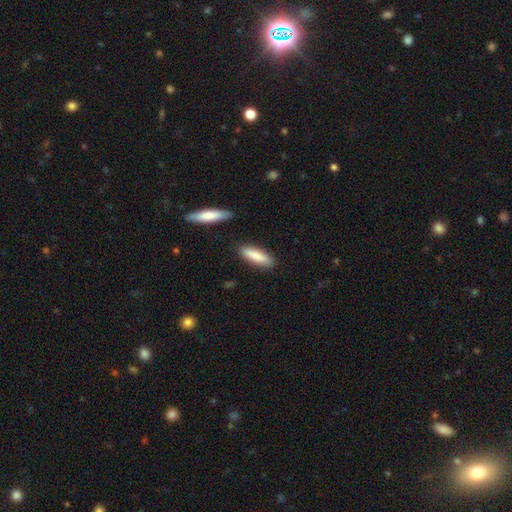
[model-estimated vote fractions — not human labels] A smooth galaxy with no disk features (81%) that is cigar-shaped (59%). Merging: none (85%).